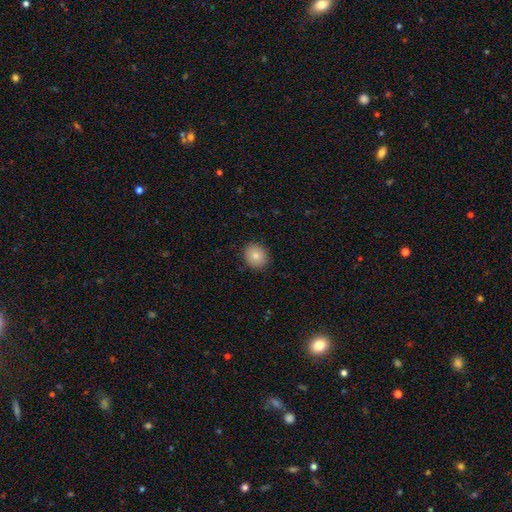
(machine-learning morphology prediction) A smooth galaxy with no disk features (82%) that is round (74%).

Vote fractions:
- Smooth or featured? smooth: 82% / star or artifact: 9% / featured or disk: 9%
- How rounded? round: 74% / in between: 25% / cigar-shaped: 1%
- Merging? none: 89% / minor disturbance: 8% / major disturbance: 2% / merger: 1%